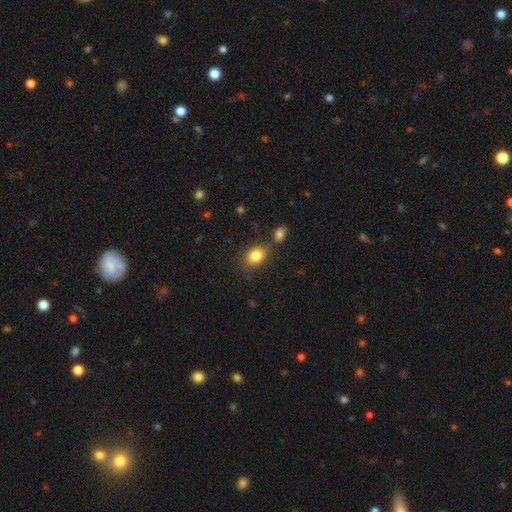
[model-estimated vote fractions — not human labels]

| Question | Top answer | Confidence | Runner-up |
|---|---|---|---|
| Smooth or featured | smooth | 83% | star or artifact (9%) |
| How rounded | in between | 73% | round (26%) |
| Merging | none | 77% | minor disturbance (12%) |